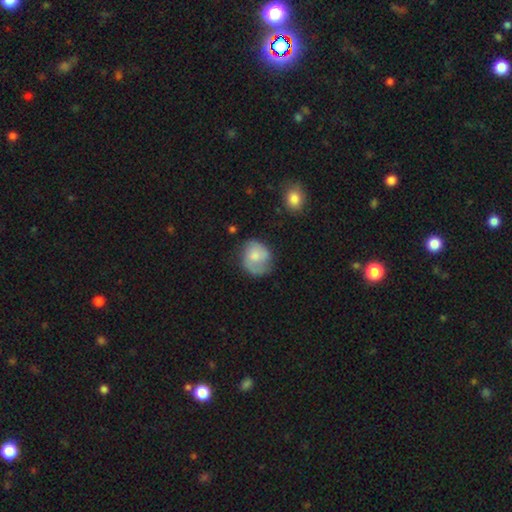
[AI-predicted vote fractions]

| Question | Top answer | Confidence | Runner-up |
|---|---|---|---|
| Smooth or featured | smooth | 56% | featured or disk (36%) |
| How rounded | round | 62% | in between (37%) |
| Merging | none | 53% | minor disturbance (29%) |